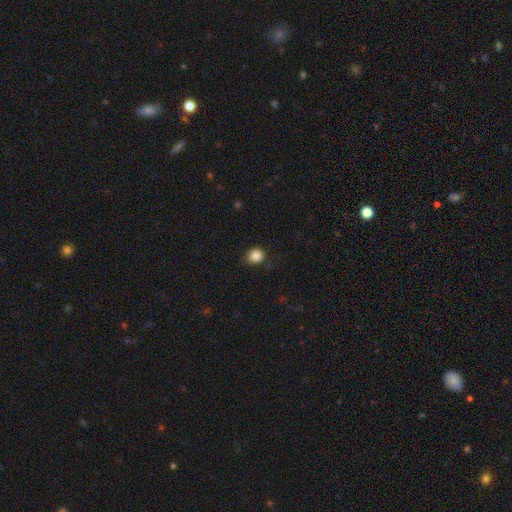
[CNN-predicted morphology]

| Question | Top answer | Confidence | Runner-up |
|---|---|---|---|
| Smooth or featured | smooth | 86% | star or artifact (10%) |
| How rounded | round | 83% | in between (16%) |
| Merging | none | 86% | minor disturbance (11%) |